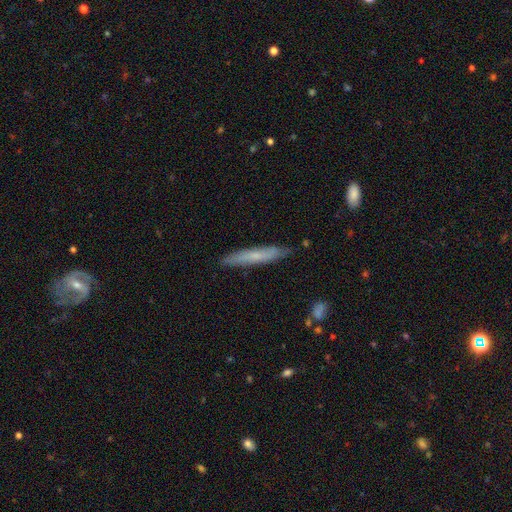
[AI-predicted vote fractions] smooth-or-featured: smooth: 59% | featured or disk: 35% | star or artifact: 6%
  how-rounded: cigar-shaped: 94% | in between: 5% | round: 1%
  merging: none: 85% | minor disturbance: 11% | major disturbance: 2% | merger: 1%